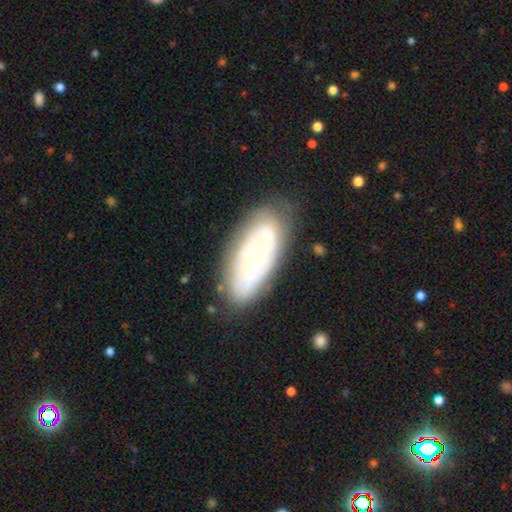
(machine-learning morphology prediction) featured or disk 61%, smooth 32%, star or artifact 6%. Down the decision tree: edge-on disk — no (90%); bar — no (85%); spiral arms — no (52%); bulge size — small (68%); merging — none (72%).